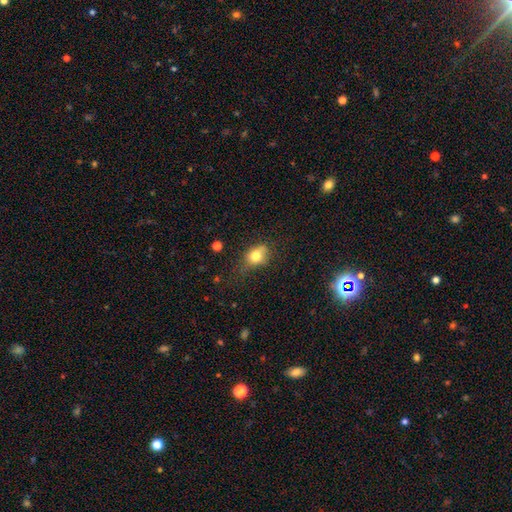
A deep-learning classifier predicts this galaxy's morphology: A smooth galaxy with no disk features (74%) that is in between round and cigar-shaped (59%).

Vote fractions:
- Smooth or featured? smooth: 74% / featured or disk: 15% / star or artifact: 11%
- How rounded? in between: 59% / round: 39% / cigar-shaped: 2%
- Merging? none: 58% / minor disturbance: 29% / major disturbance: 10% / merger: 2%